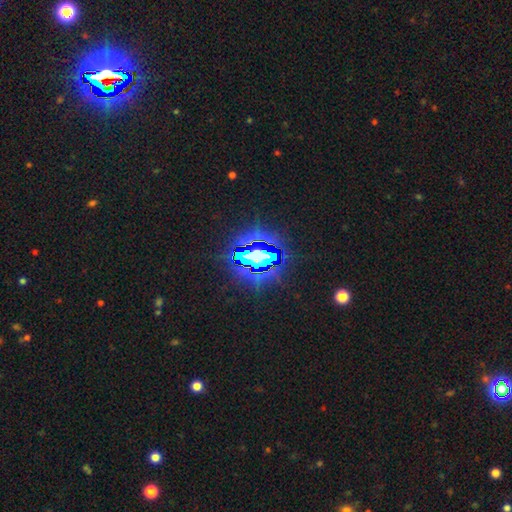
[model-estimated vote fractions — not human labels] Smooth or featured?
  - star or artifact: 73% *
  - smooth: 15%
  - featured or disk: 11%